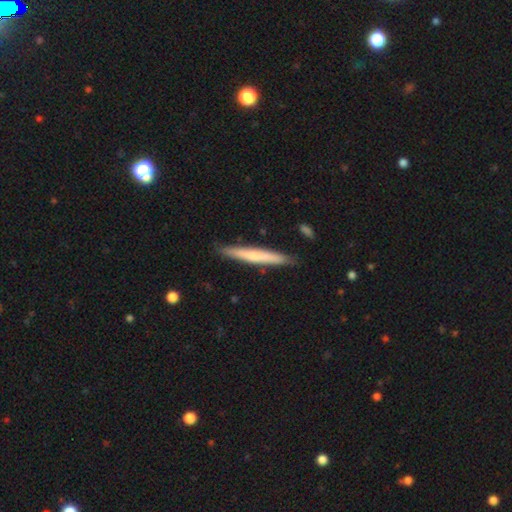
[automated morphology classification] Smooth or featured?
  - smooth: 59% *
  - featured or disk: 36%
  - star or artifact: 5%
How rounded?
  - cigar-shaped: 96% *
  - in between: 3%
  - round: 1%
Merging?
  - none: 88% *
  - minor disturbance: 9%
  - major disturbance: 1%
  - merger: 1%